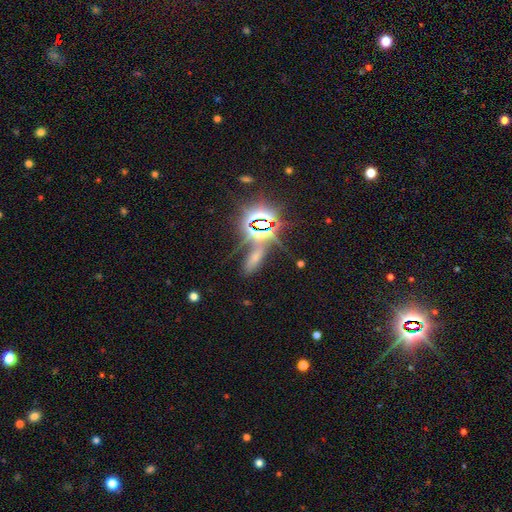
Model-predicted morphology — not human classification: Smooth or featured? Predicted: star or artifact (p=0.55).